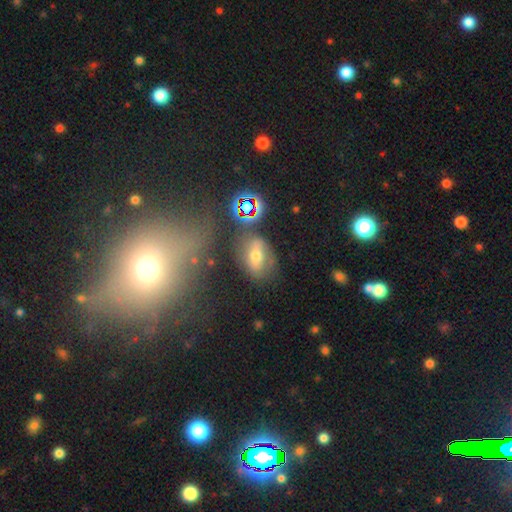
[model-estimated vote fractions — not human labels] Morphology: type=smooth (43%); merging=none (66%).